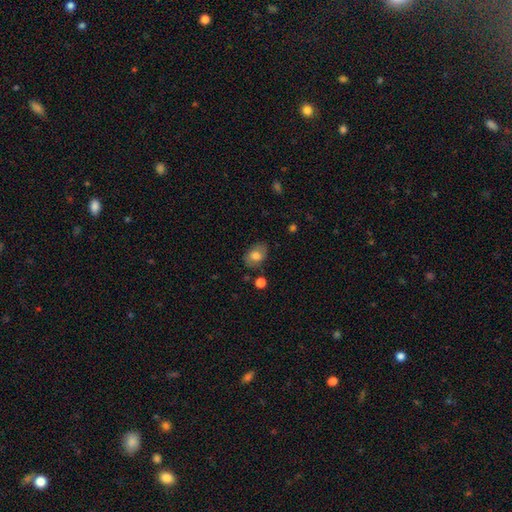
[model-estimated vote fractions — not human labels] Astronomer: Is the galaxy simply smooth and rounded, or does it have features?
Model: smooth — 72%.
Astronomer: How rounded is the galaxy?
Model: in between — 79%.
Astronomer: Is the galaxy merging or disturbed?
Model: none — 73%.